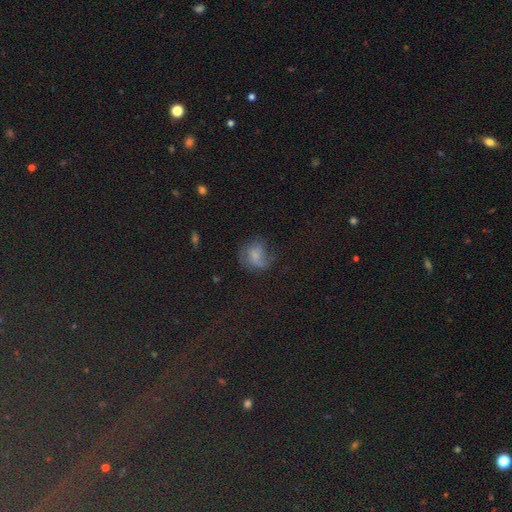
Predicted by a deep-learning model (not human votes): Q: Smooth or featured?
A: smooth (52%); runner-up: featured or disk (30%)
Q: How rounded?
A: round (63%); runner-up: in between (36%)
Q: Merging?
A: none (44%); runner-up: major disturbance (28%)